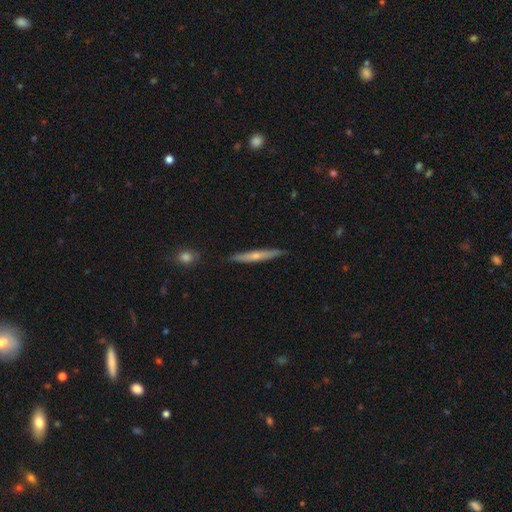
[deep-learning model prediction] This is possibly a smooth galaxy (48%). Merging: clearly none (87%).